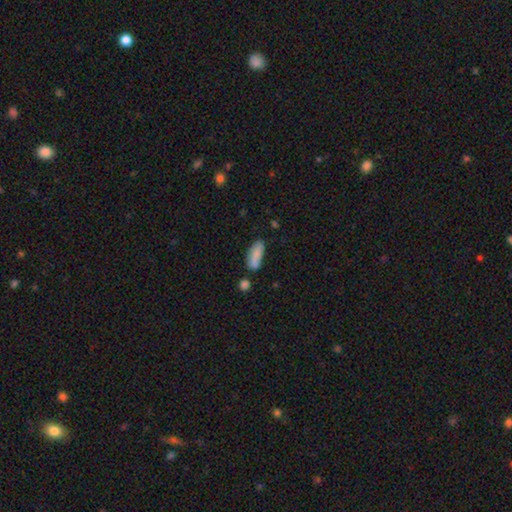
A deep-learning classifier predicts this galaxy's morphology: type=smooth (83%); roundness=in between (69%); merging=none (59%).